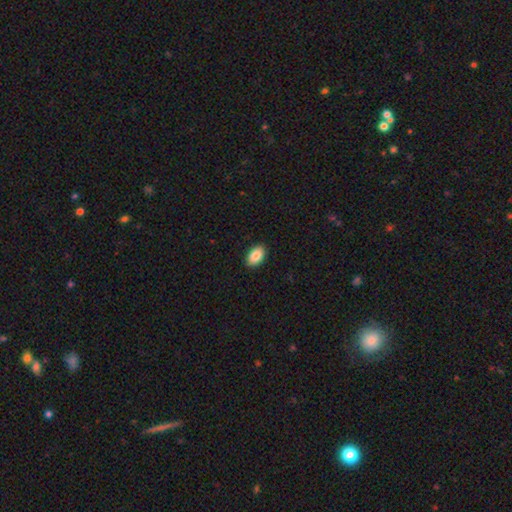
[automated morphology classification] Overall: smooth (87%). How rounded: in between (93%). Merging: none (91%).